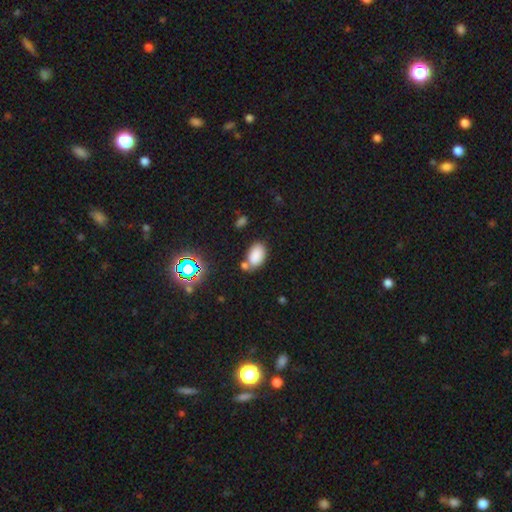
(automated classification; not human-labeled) A smooth galaxy with no disk features (81%) that is in between round and cigar-shaped (90%). Merging: none (60%).